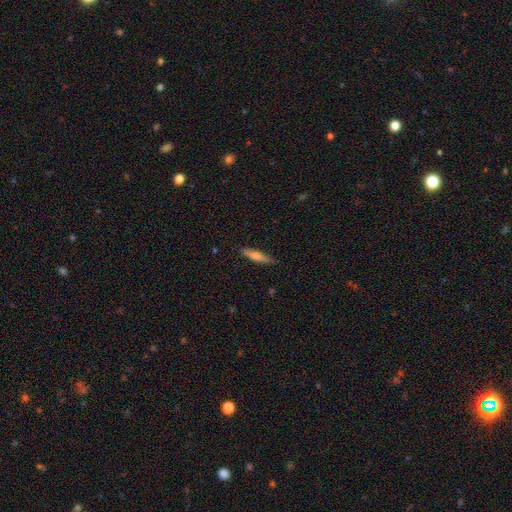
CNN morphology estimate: The model was most divided on "smooth or featured": smooth: 52%, featured or disk: 42%, star or artifact: 6%. More confident: merging — none (88%); how rounded — cigar-shaped (85%).